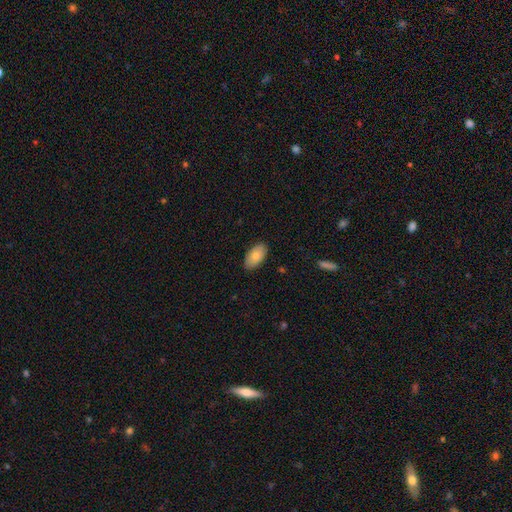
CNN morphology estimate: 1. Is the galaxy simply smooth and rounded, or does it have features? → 81% smooth, 13% featured or disk, 6% star or artifact.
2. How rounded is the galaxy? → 95% in between, 3% round, 2% cigar-shaped.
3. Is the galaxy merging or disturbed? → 87% none, 10% minor disturbance, 2% major disturbance, 1% merger.